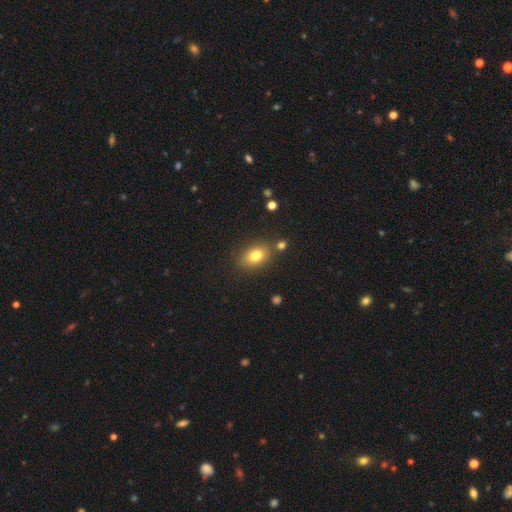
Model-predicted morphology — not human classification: This is likely a smooth galaxy (79%). How rounded: likely in between (78%). Merging: likely none (78%).